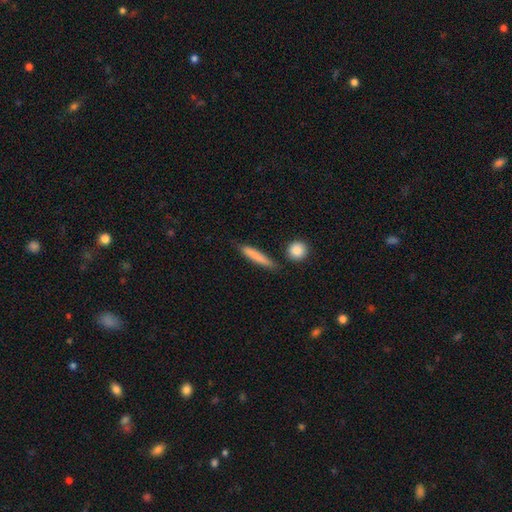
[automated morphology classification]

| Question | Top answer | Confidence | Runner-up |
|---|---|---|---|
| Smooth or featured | smooth | 79% | featured or disk (15%) |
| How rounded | cigar-shaped | 89% | in between (9%) |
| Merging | none | 81% | minor disturbance (12%) |